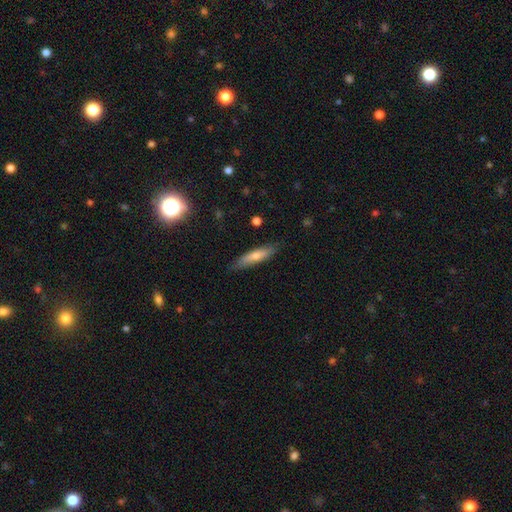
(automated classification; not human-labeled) Smooth or featured?
  - smooth: 62% *
  - featured or disk: 31%
  - star or artifact: 7%
How rounded?
  - cigar-shaped: 81% *
  - in between: 17%
  - round: 2%
Merging?
  - none: 82% *
  - minor disturbance: 15%
  - major disturbance: 2%
  - merger: 1%